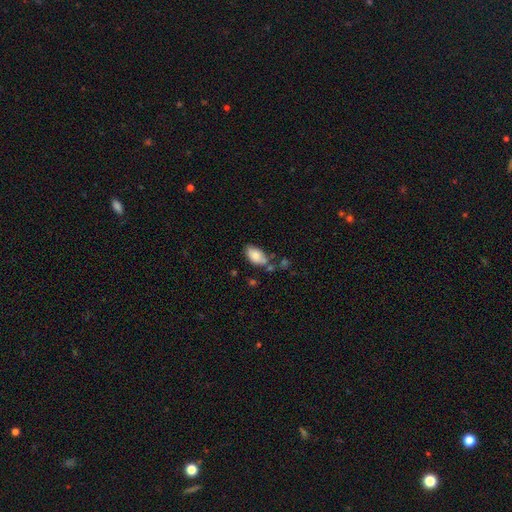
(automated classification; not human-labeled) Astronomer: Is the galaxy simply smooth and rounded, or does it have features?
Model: smooth — 83%.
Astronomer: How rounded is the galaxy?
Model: in between — 93%.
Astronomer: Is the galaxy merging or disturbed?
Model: none — 56%.